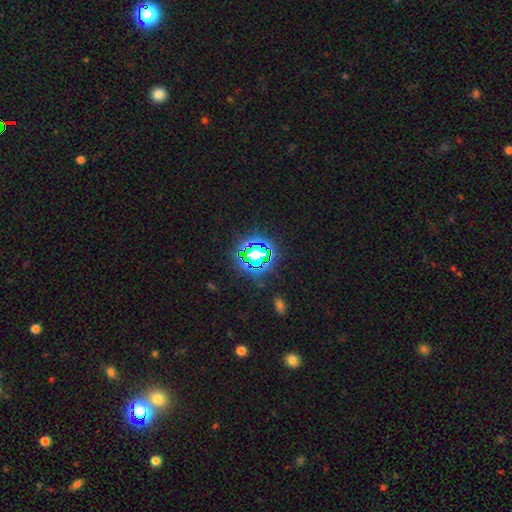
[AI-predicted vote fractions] This appears to be a star or artifact, not a galaxy (66%).